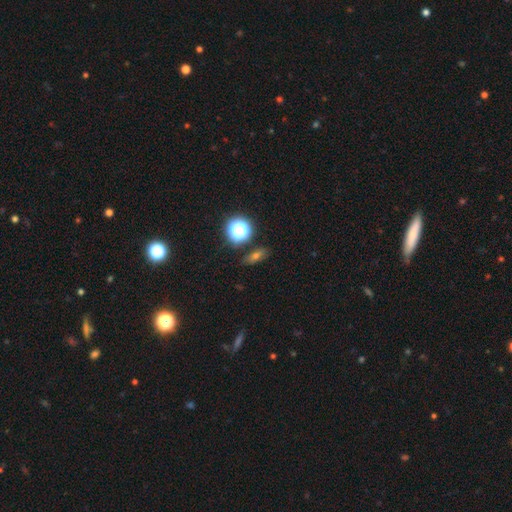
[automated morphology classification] The model was most divided on "smooth or featured": smooth: 53%, star or artifact: 29%, featured or disk: 18%. More confident: merging — none (85%); how rounded — in between (53%).